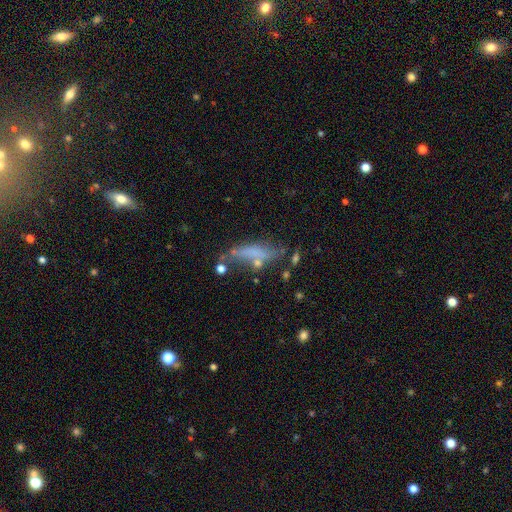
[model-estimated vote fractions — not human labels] Smooth or featured: smooth — 44% (featured or disk — 42%)
Merging: none — 44% (minor disturbance — 25%)